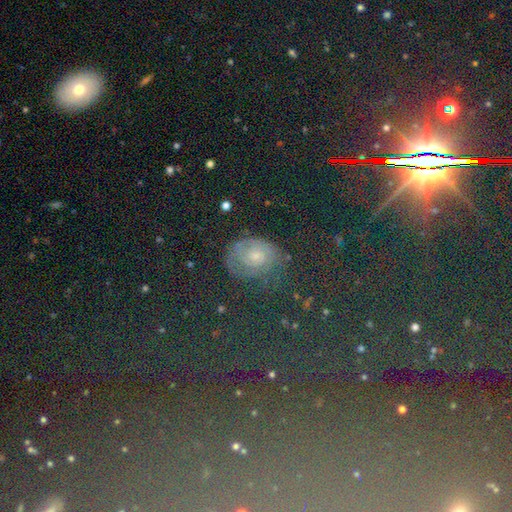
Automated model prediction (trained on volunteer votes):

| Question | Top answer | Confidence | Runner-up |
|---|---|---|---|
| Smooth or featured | featured or disk | 38% | star or artifact (32%) |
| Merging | none | 66% | minor disturbance (20%) |